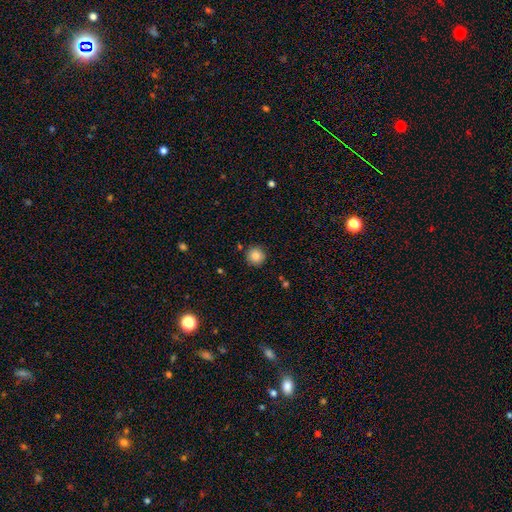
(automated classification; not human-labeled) This appears to be a smooth galaxy with no disk features (85%) that is round (95%). Merging: none (88%).